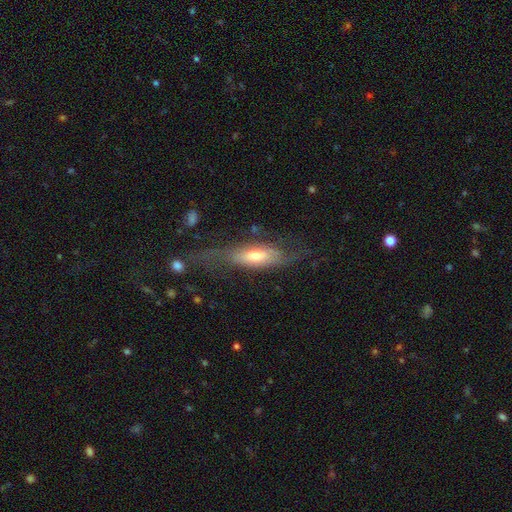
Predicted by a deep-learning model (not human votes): This appears to be a featured or disk galaxy (58%). Merging: none (46%).